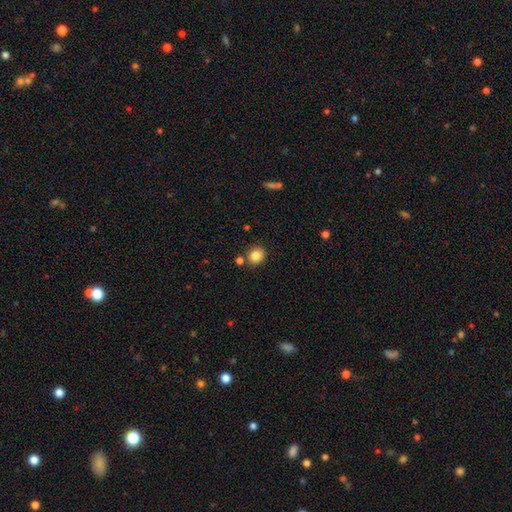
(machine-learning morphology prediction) smooth_or_featured: smooth (p=0.84) [alt: star or artifact p=0.10]
how_rounded: round (p=0.74) [alt: in between p=0.25]
merging: none (p=0.78) [alt: minor disturbance p=0.10]